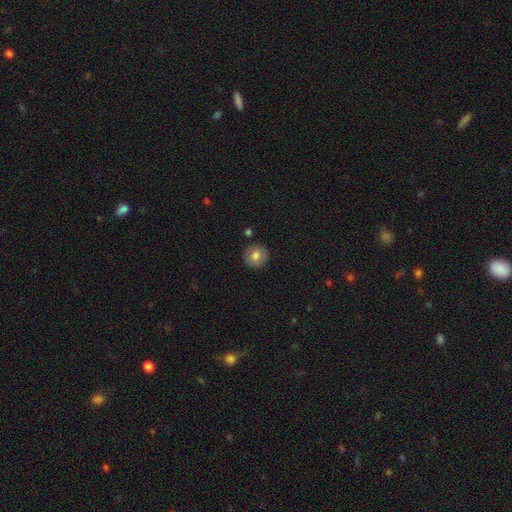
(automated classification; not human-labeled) This is likely a smooth galaxy (79%). How rounded: clearly round (92%). Merging: clearly none (89%).